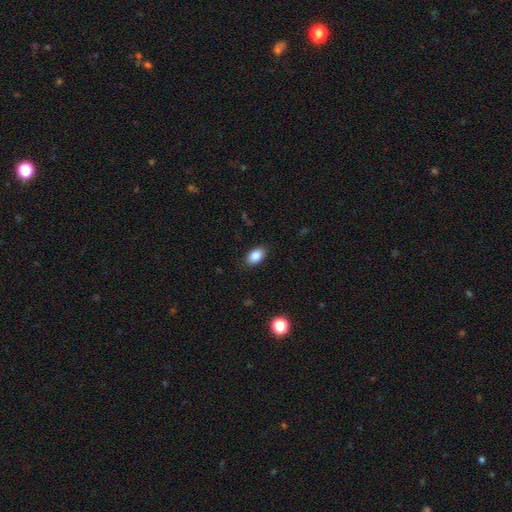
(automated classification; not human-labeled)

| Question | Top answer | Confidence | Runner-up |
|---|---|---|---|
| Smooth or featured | smooth | 85% | star or artifact (9%) |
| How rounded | in between | 89% | round (10%) |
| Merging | none | 87% | minor disturbance (10%) |